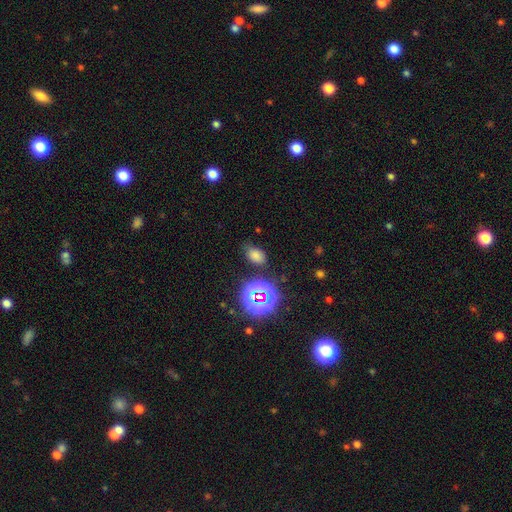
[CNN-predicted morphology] A smooth galaxy with no disk features (68%) that is in between round and cigar-shaped (82%).

Vote fractions:
- Smooth or featured? smooth: 68% / star or artifact: 25% / featured or disk: 7%
- How rounded? in between: 82% / round: 17% / cigar-shaped: 1%
- Merging? none: 74% / minor disturbance: 17% / major disturbance: 5% / merger: 3%